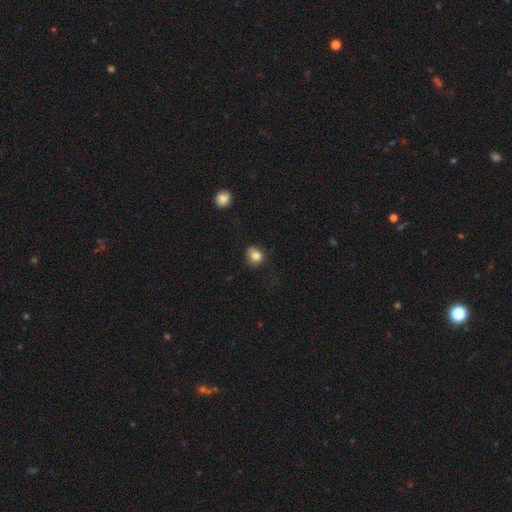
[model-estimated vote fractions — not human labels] Smooth or featured? smooth (81%)
How rounded? round (68%)
Merging? none (57%)